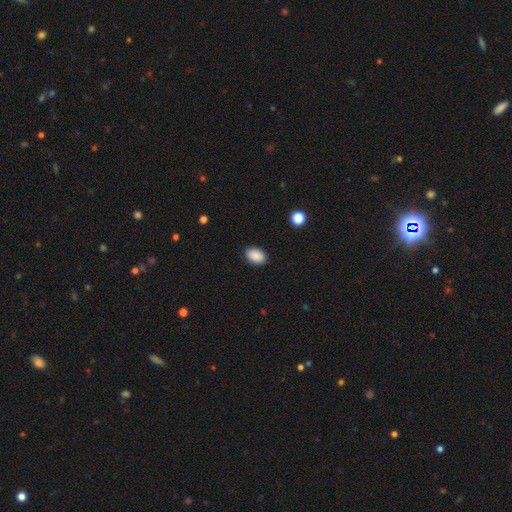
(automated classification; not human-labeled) Smooth or featured? Predicted: smooth (p=0.89). How rounded? Predicted: in between (p=0.86). Merging? Predicted: none (p=0.89).